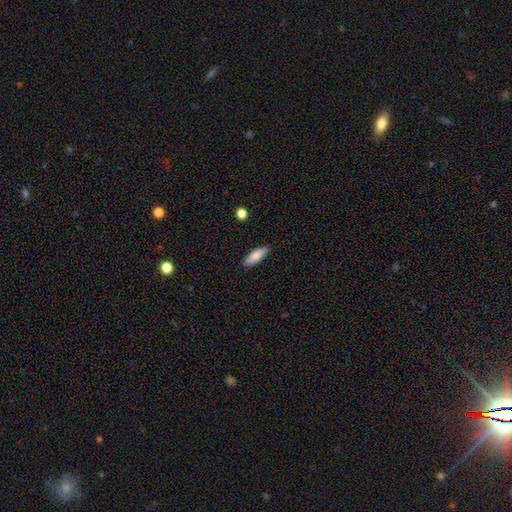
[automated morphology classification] smooth_or_featured: smooth (p=0.84) [alt: featured or disk p=0.10]
how_rounded: in between (p=0.61) [alt: cigar-shaped p=0.37]
merging: none (p=0.88) [alt: minor disturbance p=0.09]